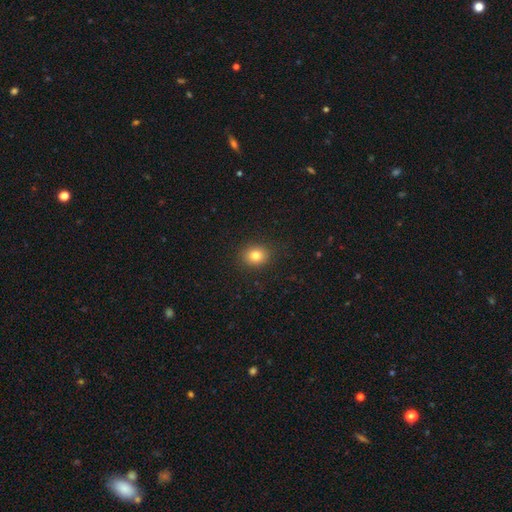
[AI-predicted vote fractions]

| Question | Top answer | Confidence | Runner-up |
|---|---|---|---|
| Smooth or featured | smooth | 80% | star or artifact (12%) |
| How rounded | round | 65% | in between (34%) |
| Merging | none | 89% | minor disturbance (7%) |